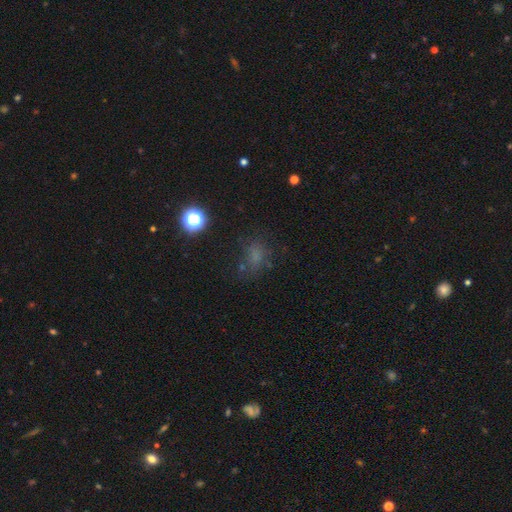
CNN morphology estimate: smooth 56%, star or artifact 30%, featured or disk 15%. Down the decision tree: how rounded — in between (56%); merging — none (57%).